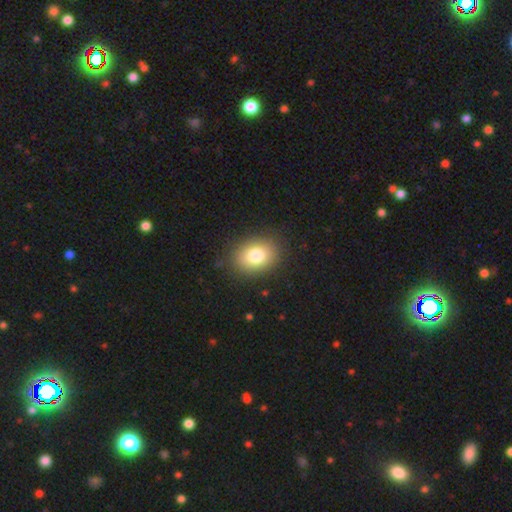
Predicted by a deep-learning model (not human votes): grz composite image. It shows a smooth galaxy with no disk features (80%) that is in between round and cigar-shaped (63%). Merging: none (87%).